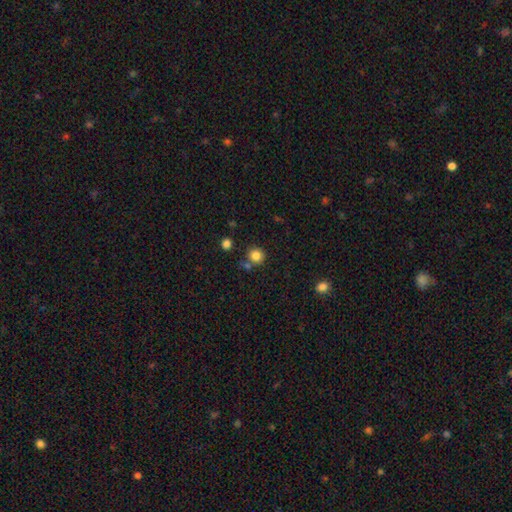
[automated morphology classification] Smooth or featured?
  - smooth: 83% *
  - star or artifact: 12%
  - featured or disk: 5%
How rounded?
  - round: 91% *
  - in between: 8%
  - cigar-shaped: 1%
Merging?
  - none: 76% *
  - merger: 12%
  - minor disturbance: 9%
  - major disturbance: 3%